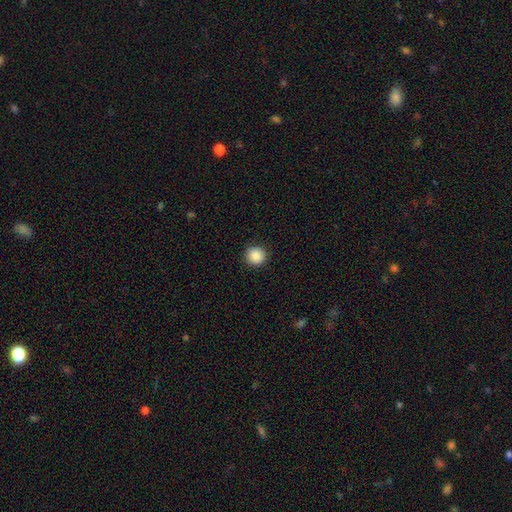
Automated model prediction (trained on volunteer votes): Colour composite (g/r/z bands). It shows a smooth galaxy with no disk features (88%) that is round (94%). Merging: none (92%).